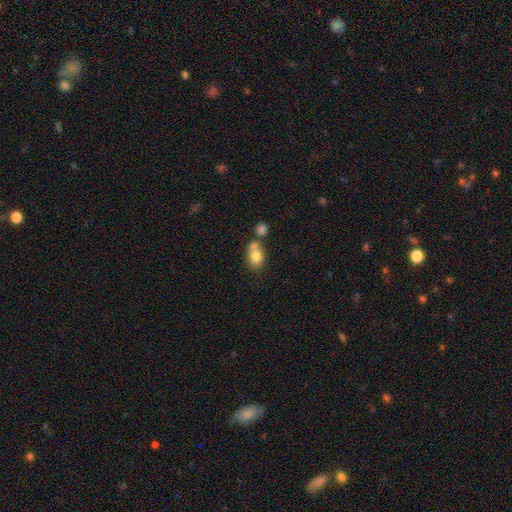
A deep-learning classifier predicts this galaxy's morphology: A smooth galaxy with no disk features (78%) that is in between round and cigar-shaped (61%). Merging: merger (46%).